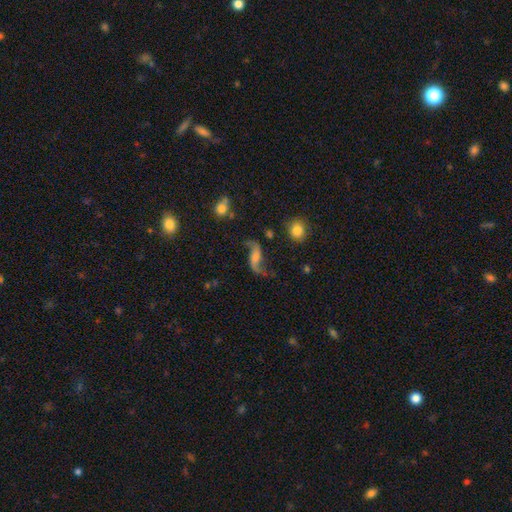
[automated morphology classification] type=featured or disk (85%); edge-on=no (96%); bar=no (47%); spiral arms=yes (96%); winding=loose (92%); arm count=2 (93%); bulge=none (35%); merging=none (72%).